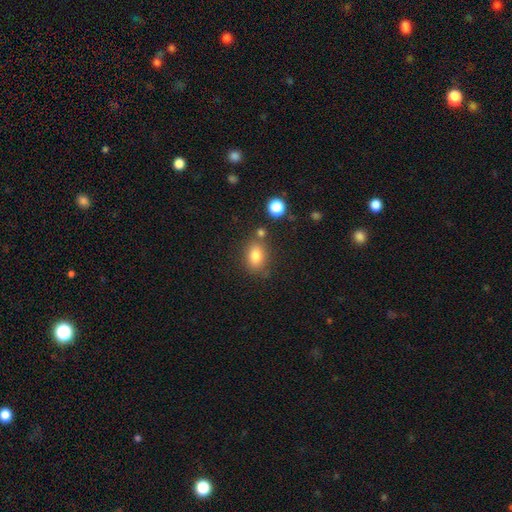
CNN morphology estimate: Smooth or featured: smooth — 81% (star or artifact — 10%)
How rounded: in between — 71% (round — 27%)
Merging: none — 70% (minor disturbance — 15%)